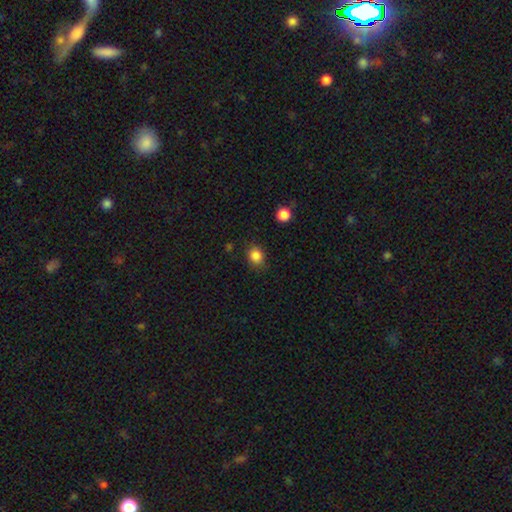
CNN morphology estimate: Smooth or featured: smooth — 85% (star or artifact — 11%)
How rounded: round — 64% (in between — 35%)
Merging: none — 80% (minor disturbance — 14%)